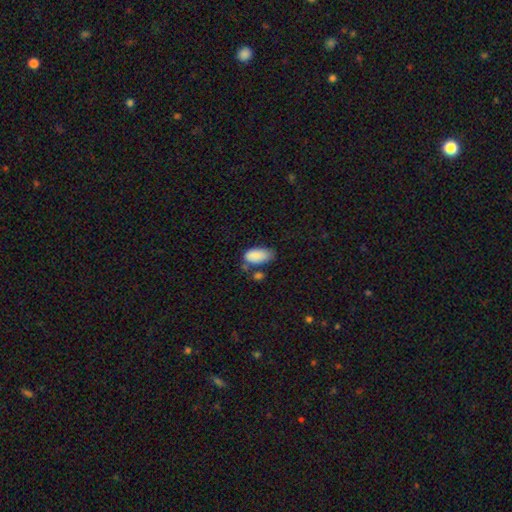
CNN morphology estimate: Overall: smooth (87%). How rounded: in between (94%). Merging: none (46%; minor disturbance 29%).